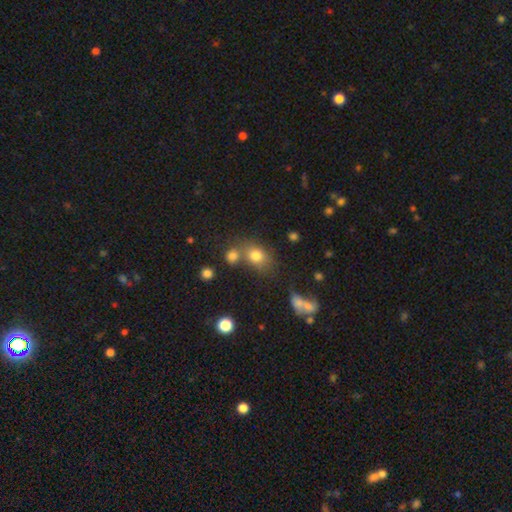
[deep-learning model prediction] Morphology: type=smooth (77%); roundness=in between (50%); merging=none (52%).